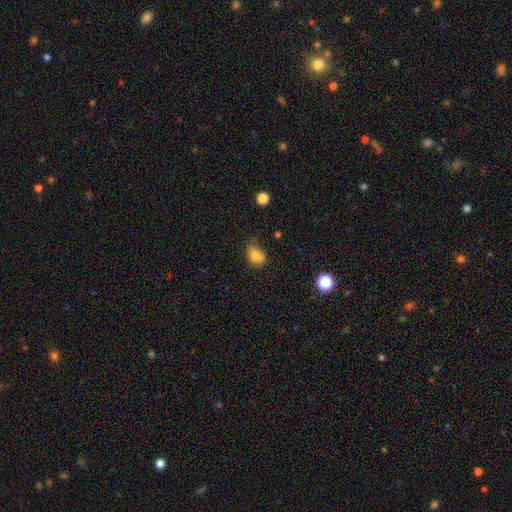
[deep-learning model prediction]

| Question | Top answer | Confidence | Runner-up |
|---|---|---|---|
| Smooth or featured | smooth | 73% | featured or disk (15%) |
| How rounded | in between | 54% | round (45%) |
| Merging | none | 42% | merger (25%) |